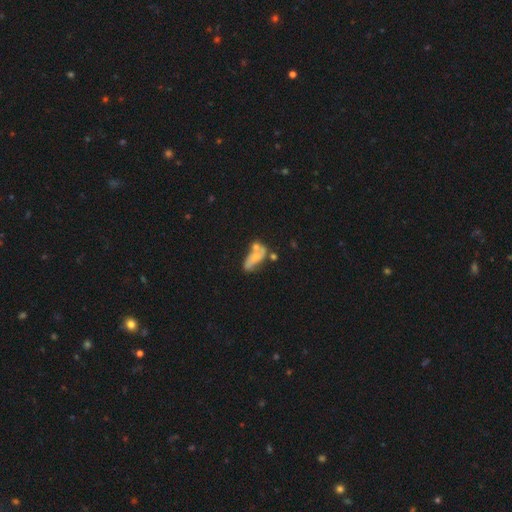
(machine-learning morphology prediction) A featured or disk galaxy (48%).

Vote fractions:
- Smooth or featured? featured or disk: 48% / smooth: 43% / star or artifact: 9%
- Merging? merger: 38% / none: 30% / minor disturbance: 19% / major disturbance: 14%